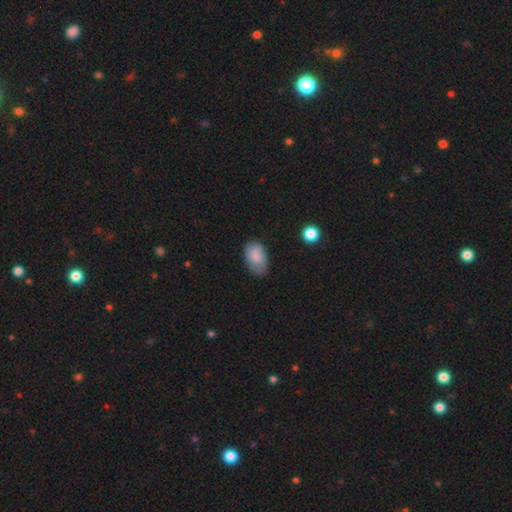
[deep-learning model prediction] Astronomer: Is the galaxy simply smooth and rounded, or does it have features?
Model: smooth — 81%.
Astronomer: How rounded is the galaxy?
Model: in between — 91%.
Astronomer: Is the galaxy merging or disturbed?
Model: none — 67%.